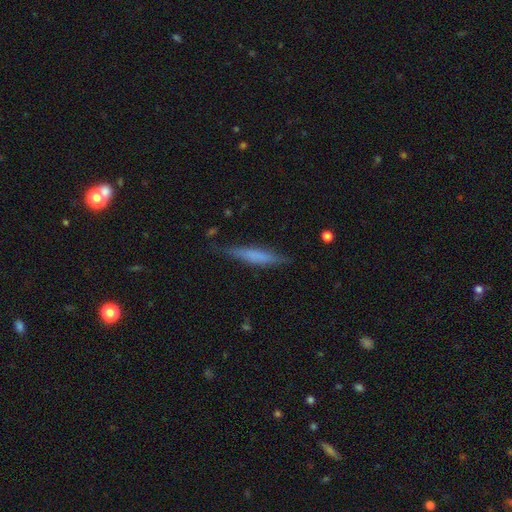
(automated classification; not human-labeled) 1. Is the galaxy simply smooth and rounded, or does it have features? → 57% smooth, 37% featured or disk, 7% star or artifact.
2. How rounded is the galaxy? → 89% cigar-shaped, 9% in between, 2% round.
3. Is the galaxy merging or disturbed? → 81% none, 14% minor disturbance, 3% major disturbance, 2% merger.